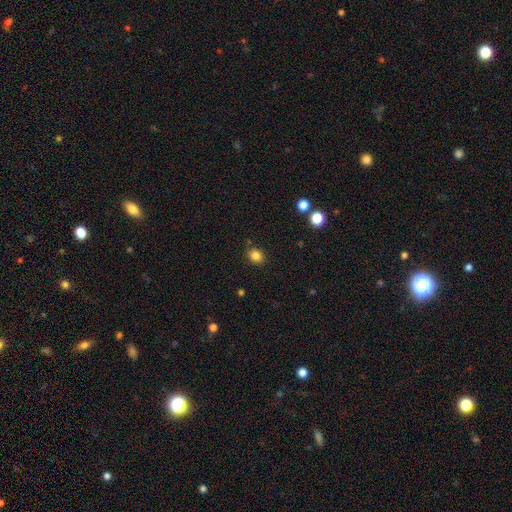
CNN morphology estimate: A smooth galaxy with no disk features (83%) that is round (65%).

Vote fractions:
- Smooth or featured? smooth: 83% / star or artifact: 12% / featured or disk: 5%
- How rounded? round: 65% / in between: 34% / cigar-shaped: 1%
- Merging? none: 86% / minor disturbance: 9% / merger: 2% / major disturbance: 2%